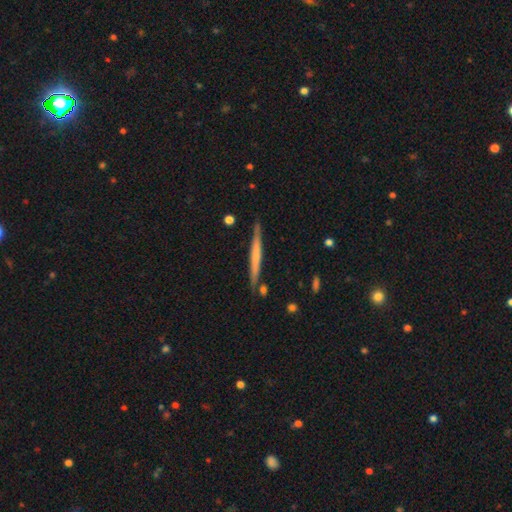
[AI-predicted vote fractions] This is possibly a featured or disk galaxy (49%). Merging: clearly none (86%).